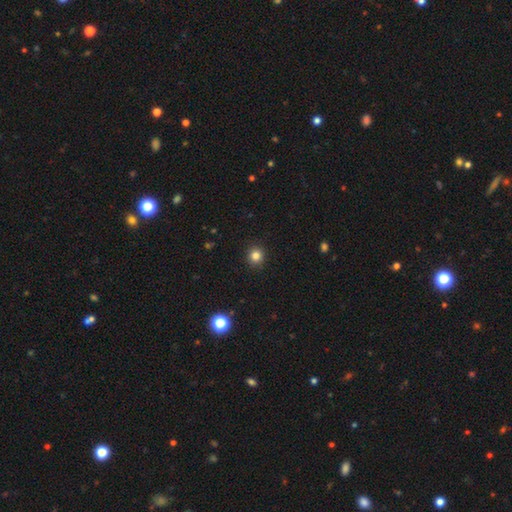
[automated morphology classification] Smooth or featured? smooth (82%)
How rounded? round (91%)
Merging? none (92%)